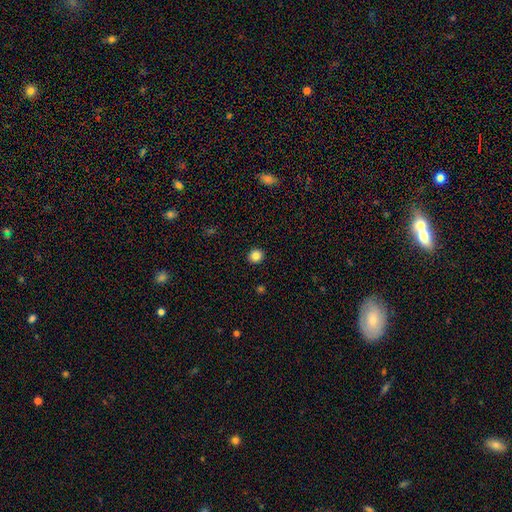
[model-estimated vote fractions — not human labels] A smooth galaxy with no disk features (85%) that is round (92%).

Vote fractions:
- Smooth or featured? smooth: 85% / star or artifact: 11% / featured or disk: 4%
- How rounded? round: 92% / in between: 7% / cigar-shaped: 1%
- Merging? none: 93% / minor disturbance: 4% / major disturbance: 1% / merger: 1%